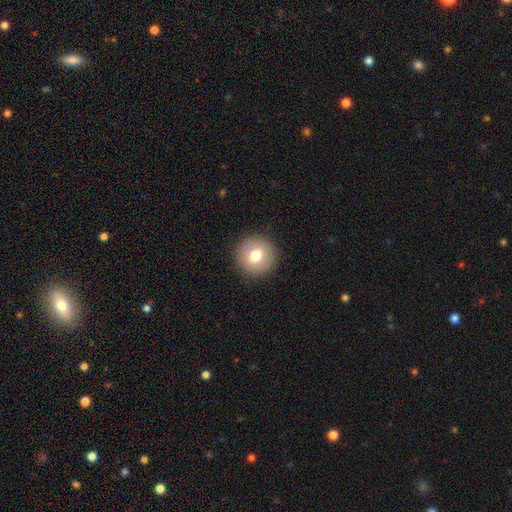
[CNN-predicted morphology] Smooth or featured?
  - smooth: 76% *
  - featured or disk: 15%
  - star or artifact: 9%
How rounded?
  - round: 94% *
  - in between: 5%
  - cigar-shaped: 1%
Merging?
  - none: 91% *
  - minor disturbance: 6%
  - major disturbance: 2%
  - merger: 1%